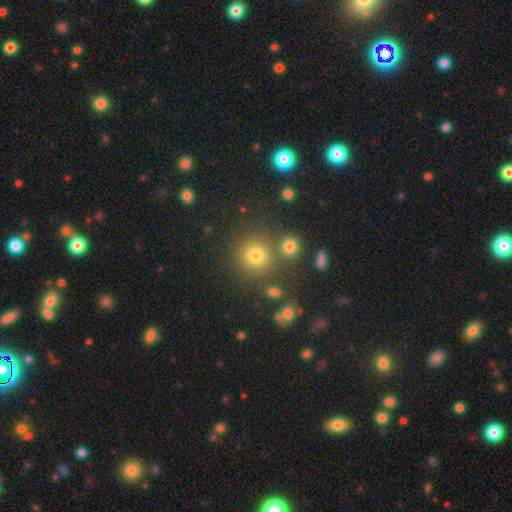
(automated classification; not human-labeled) Morphology: type=smooth (75%); roundness=round (91%); merging=none (78%).